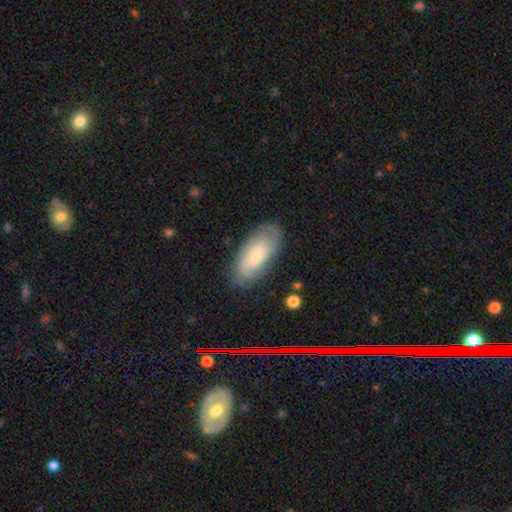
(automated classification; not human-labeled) Q: Smooth or featured?
A: featured or disk (51%); runner-up: smooth (41%)
Q: Edge-on disk?
A: no (91%); runner-up: yes (9%)
Q: Merging?
A: none (77%); runner-up: minor disturbance (17%)